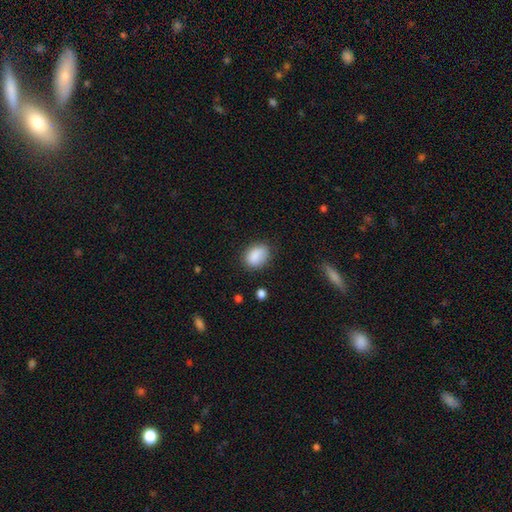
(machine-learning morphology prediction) A smooth galaxy with no disk features (87%) that is in between round and cigar-shaped (71%). Merging: none (75%).